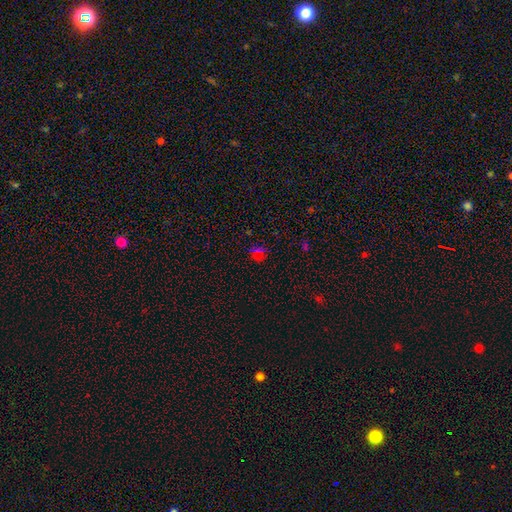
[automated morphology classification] This appears to be a smooth galaxy with no disk features (48%). Merging: none (76%).